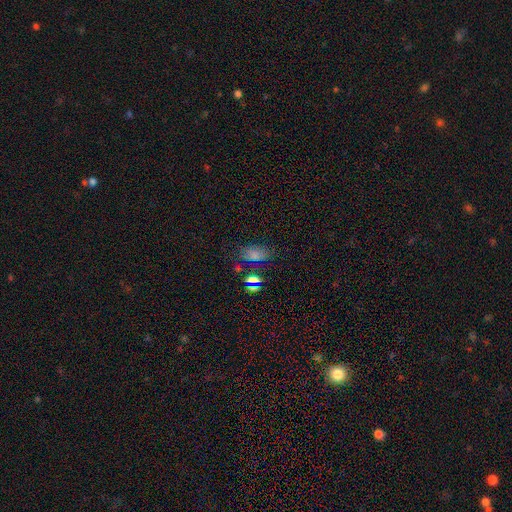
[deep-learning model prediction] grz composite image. It shows a smooth galaxy with no disk features (61%) that is in between round and cigar-shaped (82%). Merging: none (69%).